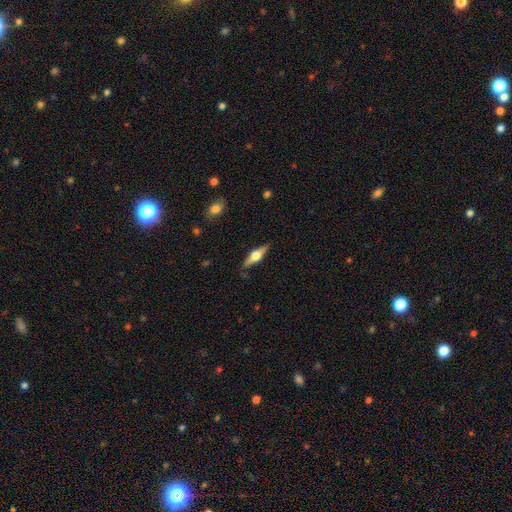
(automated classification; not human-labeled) The model was most divided on "smooth or featured": featured or disk: 69%, smooth: 25%, star or artifact: 6%. More confident: edge-on disk — yes (96%); edge-on bulge — rounded (94%); merging — none (86%).